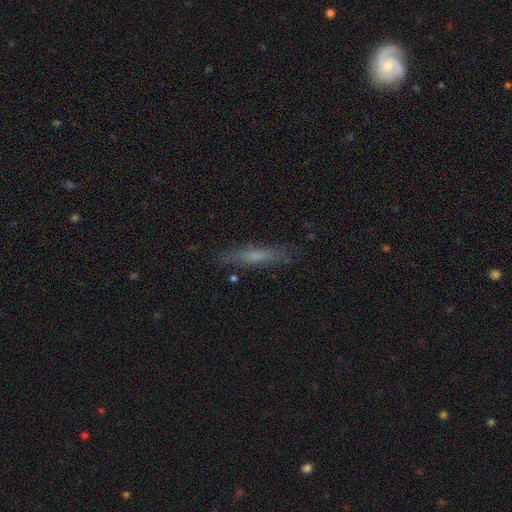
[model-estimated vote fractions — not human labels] Smooth or featured? Predicted: smooth (p=0.54). How rounded? Predicted: cigar-shaped (p=0.89). Merging? Predicted: none (p=0.81).